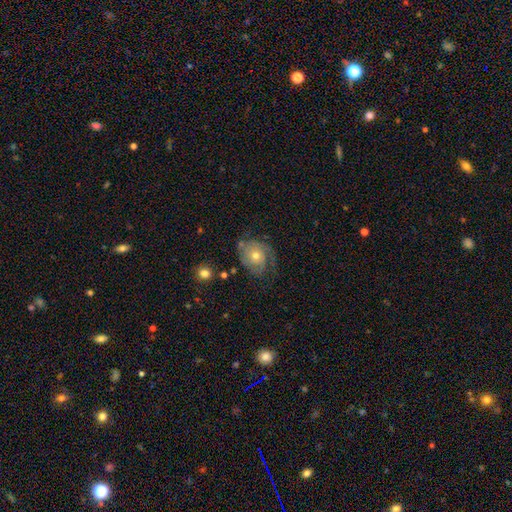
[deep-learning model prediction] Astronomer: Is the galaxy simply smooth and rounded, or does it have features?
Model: featured or disk — 71%.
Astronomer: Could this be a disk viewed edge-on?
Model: no — 97%.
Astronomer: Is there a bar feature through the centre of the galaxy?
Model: no — 81%.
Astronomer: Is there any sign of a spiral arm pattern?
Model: yes — 88%.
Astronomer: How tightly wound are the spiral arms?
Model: tight — 54% (runner-up: medium, 32%).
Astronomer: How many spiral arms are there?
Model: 2 — 33% (runner-up: can't tell, 28%).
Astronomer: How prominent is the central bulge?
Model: moderate — 57% (runner-up: small, 39%).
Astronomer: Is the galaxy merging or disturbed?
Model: none — 60%.